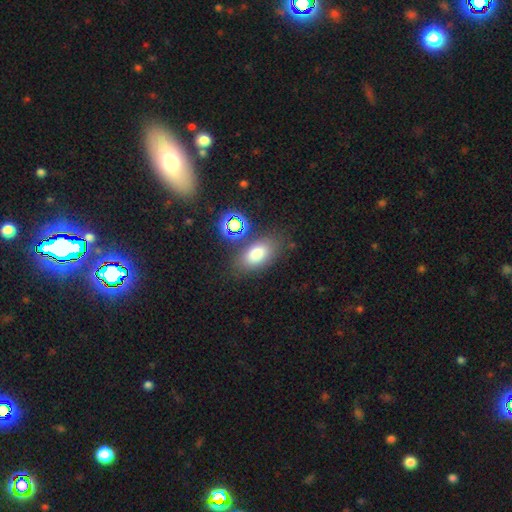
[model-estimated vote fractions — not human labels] Smooth or featured? smooth (78%)
How rounded? in between (88%)
Merging? none (77%)